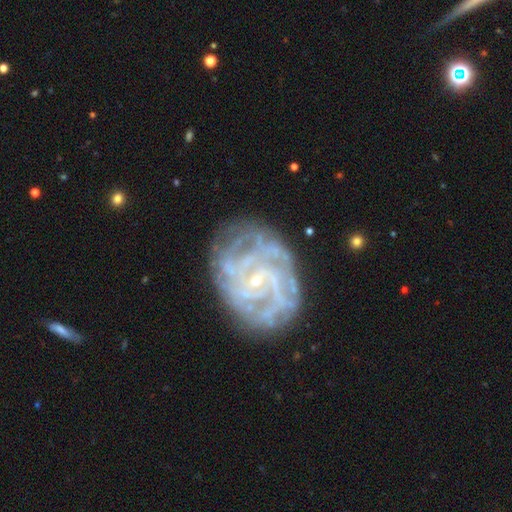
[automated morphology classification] smooth-or-featured: featured or disk: 83% | star or artifact: 10% | smooth: 7%
  disk-edge-on: no: 97% | yes: 3%
    bar: no: 53% | weak: 34% | strong: 13%
    has-spiral-arms: yes: 95% | no: 5%
      spiral-winding: tight: 69% | medium: 25% | loose: 6%
      spiral-arm-count: can't tell: 28% | 4: 20% | more than 4: 20% | 3: 13% | 2: 11% | 1: 9%
    bulge-size: small: 82% | moderate: 12% | none: 4% | large: 1% | dominant: 1%
  merging: none: 79% | minor disturbance: 14% | major disturbance: 6% | merger: 2%